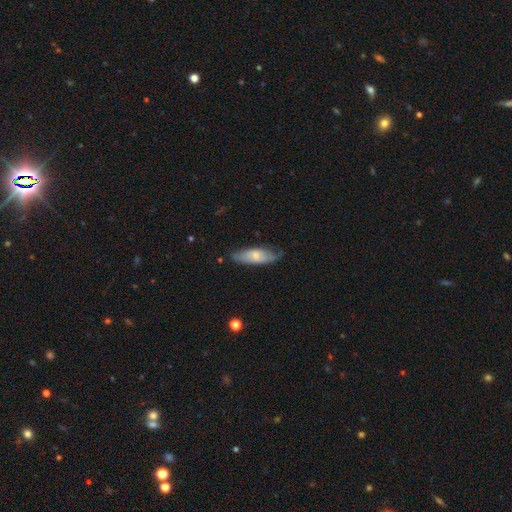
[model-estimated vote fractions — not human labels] smooth_or_featured: smooth (p=0.63) [alt: featured or disk p=0.32]
how_rounded: in between (p=0.66) [alt: cigar-shaped p=0.32]
merging: none (p=0.64) [alt: minor disturbance p=0.28]